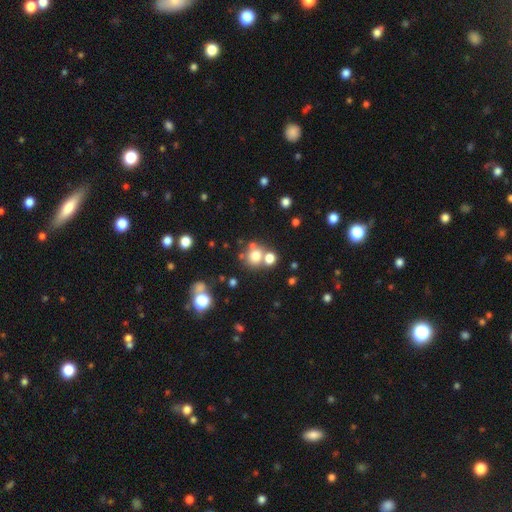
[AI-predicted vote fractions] This appears to be a smooth galaxy with no disk features (71%) that is round (80%). Merging: none (57%).